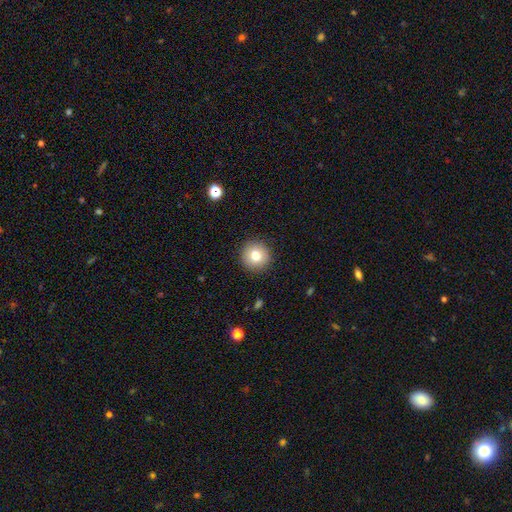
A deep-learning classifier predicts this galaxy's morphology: Overall: smooth (78%). How rounded: round (94%). Merging: none (91%).